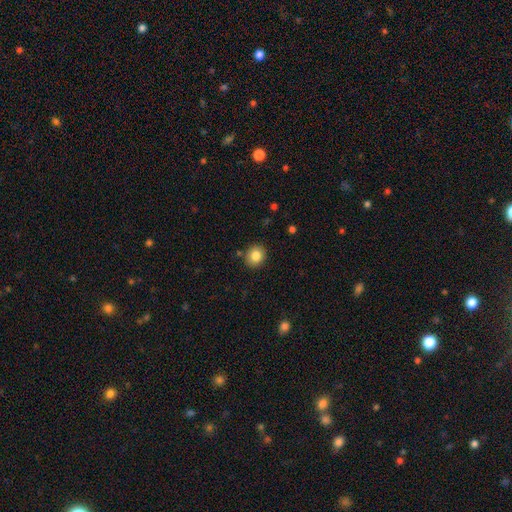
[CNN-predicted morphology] Q: Smooth or featured?
A: smooth (83%); runner-up: star or artifact (10%)
Q: How rounded?
A: round (80%); runner-up: in between (19%)
Q: Merging?
A: none (87%); runner-up: minor disturbance (8%)